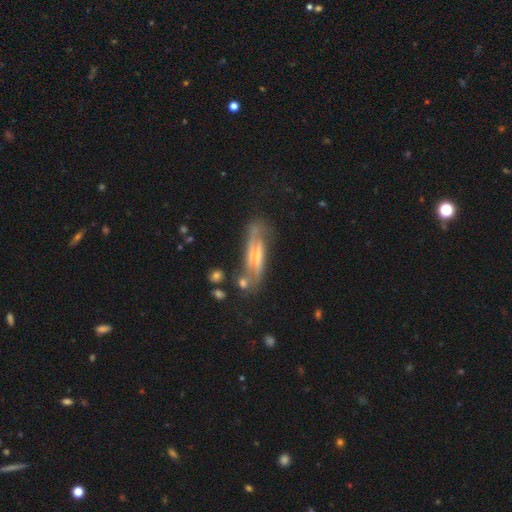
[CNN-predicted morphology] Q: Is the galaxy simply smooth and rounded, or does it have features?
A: featured or disk — 71%.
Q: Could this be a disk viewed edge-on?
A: no — 55%.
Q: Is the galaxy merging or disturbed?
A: none — 57%.